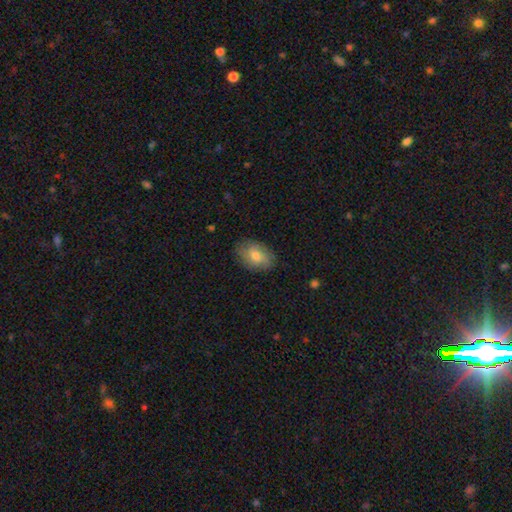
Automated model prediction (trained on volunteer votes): This is likely a smooth galaxy (64%). How rounded: clearly in between (84%). Merging: likely none (79%).